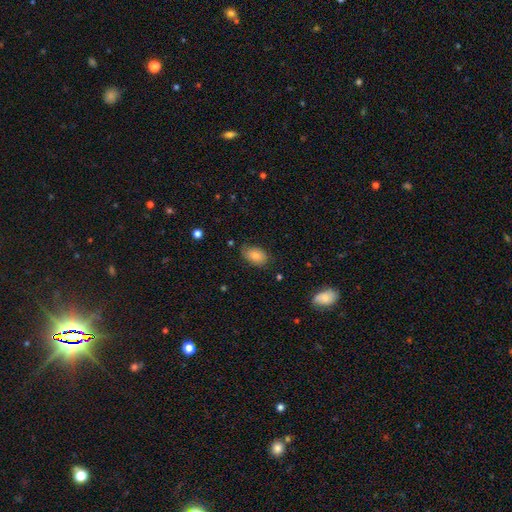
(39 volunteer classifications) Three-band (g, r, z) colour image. It shows a smooth galaxy with no disk features (69%) that is in between round and cigar-shaped (96%). Merging: none (71%).